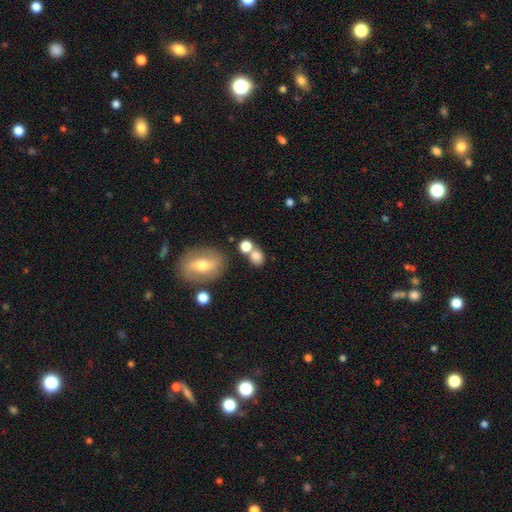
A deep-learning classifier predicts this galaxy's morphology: This is likely a smooth galaxy (77%). How rounded: possibly round (55%). Merging: possibly none (56%).